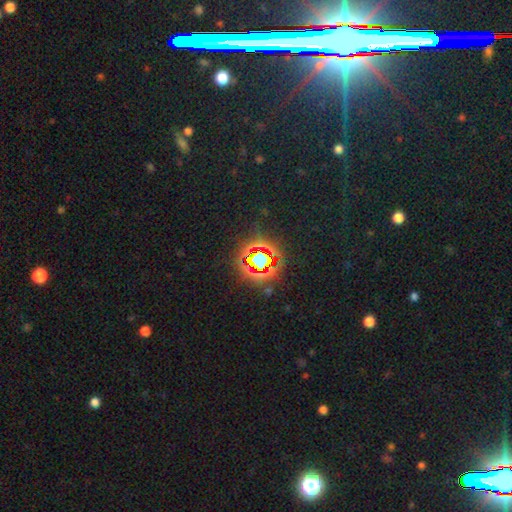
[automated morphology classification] Smooth or featured? Predicted: star or artifact (p=0.75).